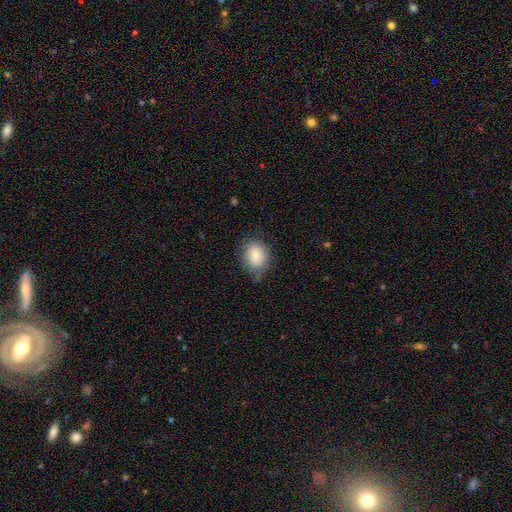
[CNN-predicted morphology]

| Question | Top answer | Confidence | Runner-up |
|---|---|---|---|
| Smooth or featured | smooth | 83% | featured or disk (9%) |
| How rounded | in between | 54% | round (45%) |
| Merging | none | 70% | minor disturbance (23%) |